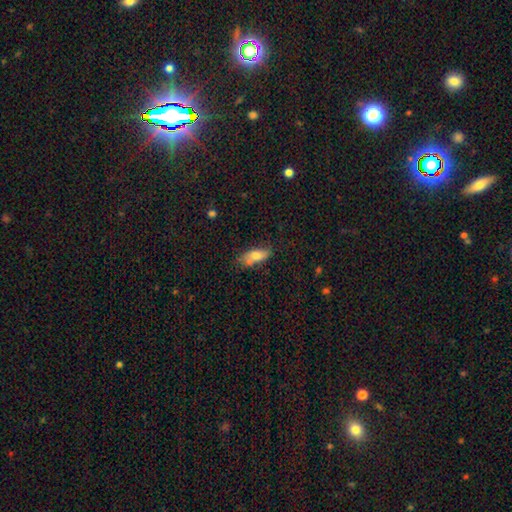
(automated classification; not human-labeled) A smooth galaxy with no disk features (75%) that is in between round and cigar-shaped (78%). Merging: none (57%).